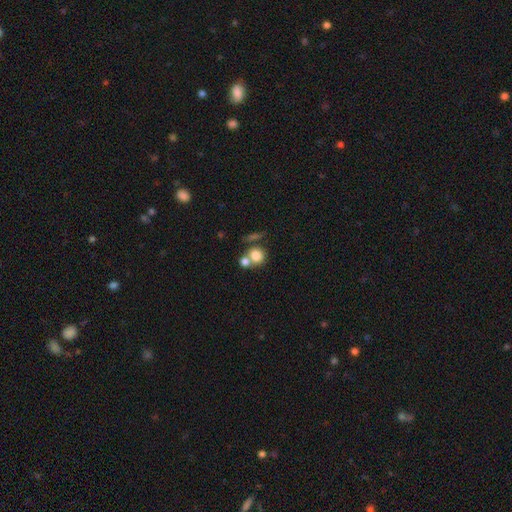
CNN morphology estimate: Smooth or featured? smooth (78%)
How rounded? round (80%)
Merging? none (43%, tied with merger)